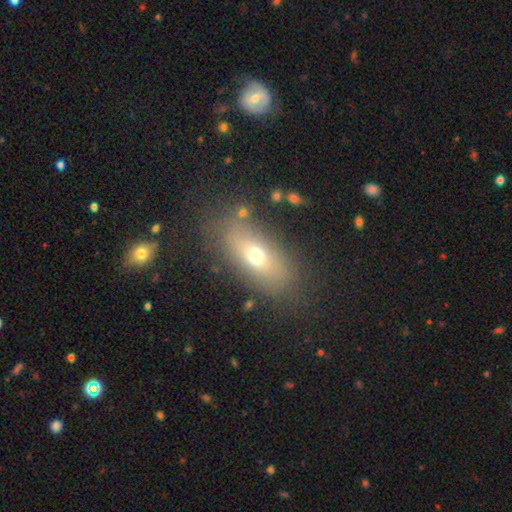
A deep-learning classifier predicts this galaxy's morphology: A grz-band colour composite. It shows a smooth galaxy with no disk features (62%) that is in between round and cigar-shaped (78%). Merging: none (77%).